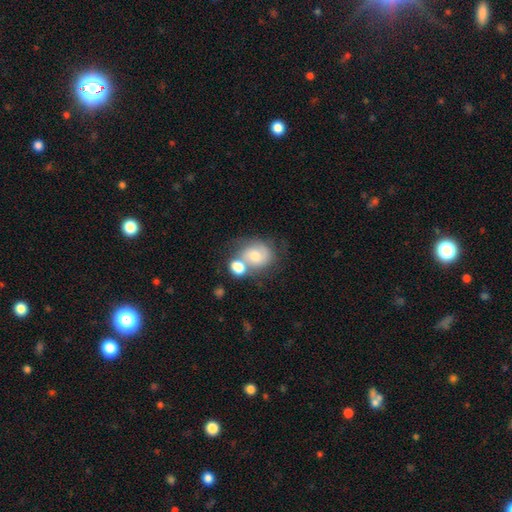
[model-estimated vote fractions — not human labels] The model was most divided on "smooth or featured": smooth: 46%, featured or disk: 45%, star or artifact: 9%. Remaining: merging — merger (42%).